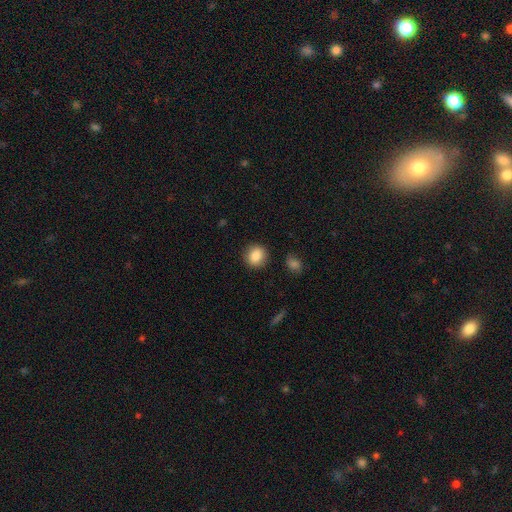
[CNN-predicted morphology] A smooth galaxy with no disk features (86%) that is round (82%). Merging: none (88%).